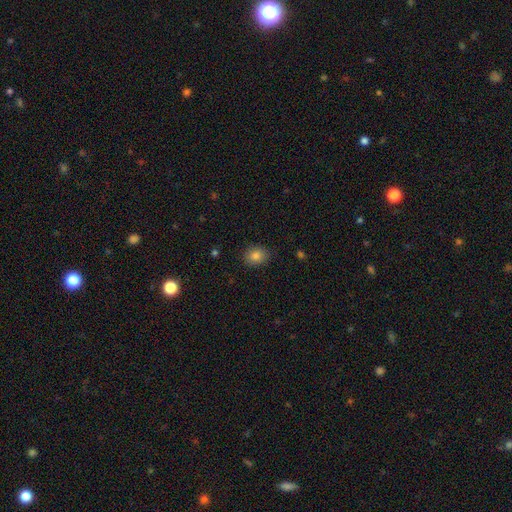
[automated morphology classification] A smooth galaxy with no disk features (83%) that is round (50%).

Vote fractions:
- Smooth or featured? smooth: 83% / star or artifact: 11% / featured or disk: 6%
- How rounded? round: 50% / in between: 49% / cigar-shaped: 1%
- Merging? none: 87% / minor disturbance: 9% / major disturbance: 2% / merger: 1%